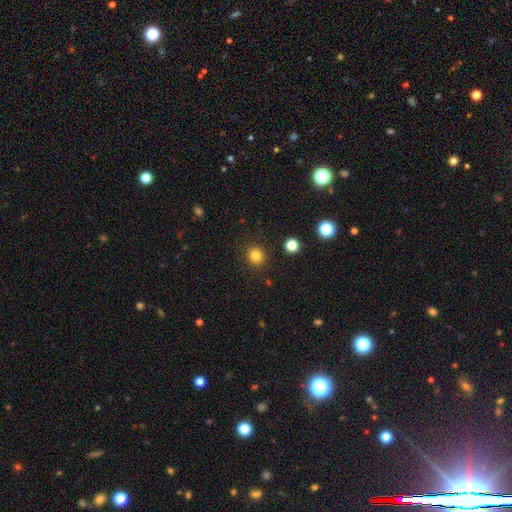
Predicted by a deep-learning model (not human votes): Overall: smooth (83%). How rounded: round (90%). Merging: none (90%).